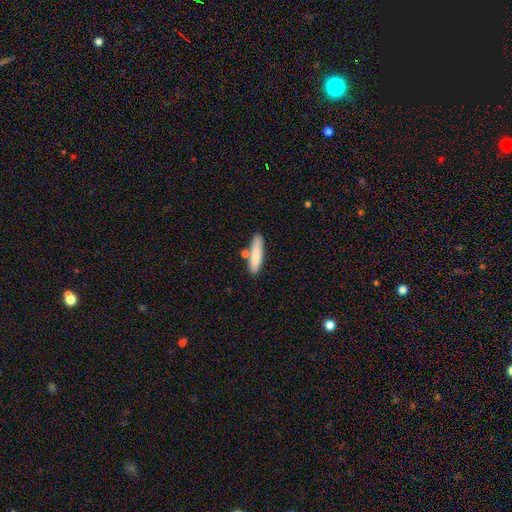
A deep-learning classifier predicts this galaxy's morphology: smooth_or_featured: smooth (p=0.83) [alt: featured or disk p=0.11]
how_rounded: cigar-shaped (p=0.75) [alt: in between p=0.24]
merging: none (p=0.74) [alt: minor disturbance p=0.12]